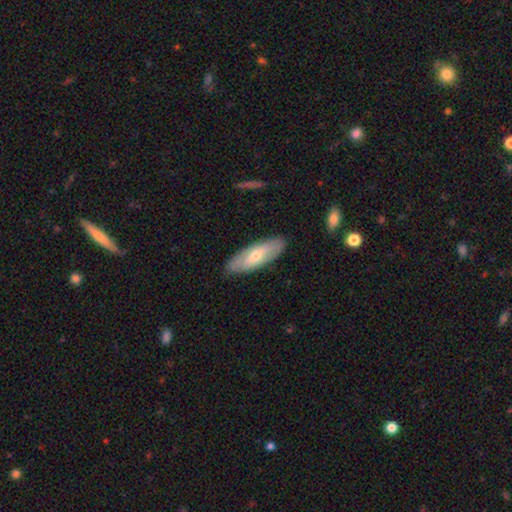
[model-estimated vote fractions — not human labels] This appears to be a smooth galaxy with no disk features (49%). Merging: none (86%).